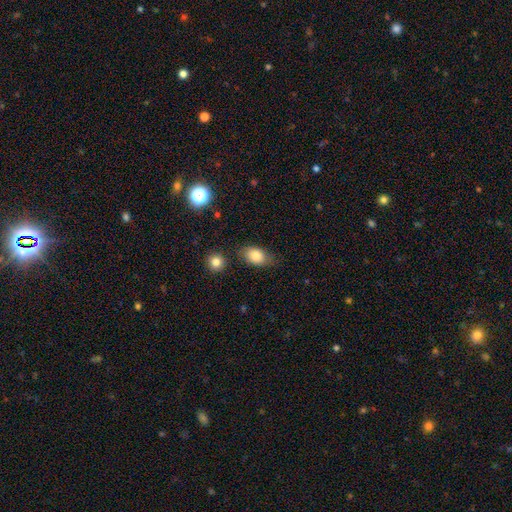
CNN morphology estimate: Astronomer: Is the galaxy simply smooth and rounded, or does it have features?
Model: smooth — 82%.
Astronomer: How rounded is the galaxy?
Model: in between — 82%.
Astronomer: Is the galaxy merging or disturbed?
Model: none — 72%.